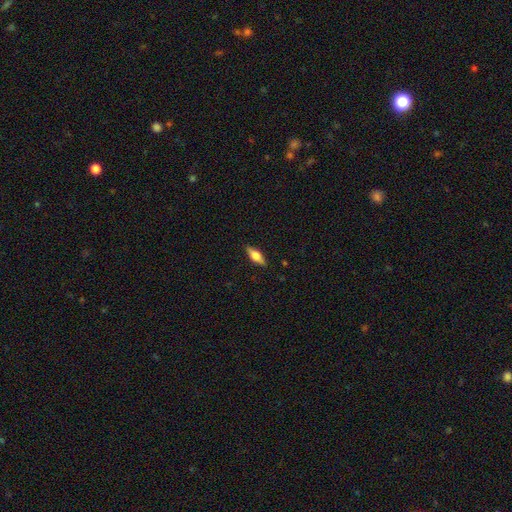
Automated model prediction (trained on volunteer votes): Q: Smooth or featured?
A: smooth (56%); runner-up: featured or disk (38%)
Q: How rounded?
A: in between (64%); runner-up: cigar-shaped (33%)
Q: Merging?
A: none (88%); runner-up: minor disturbance (9%)